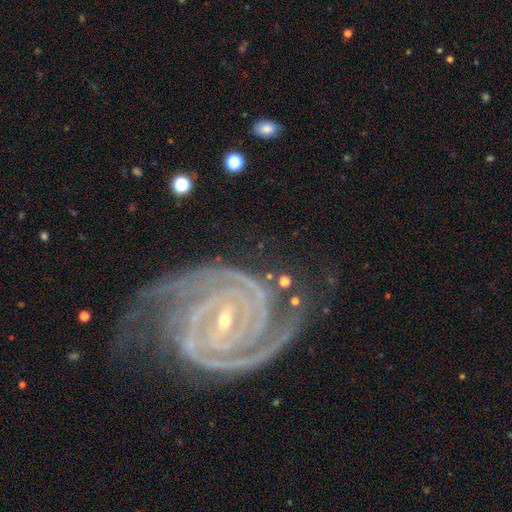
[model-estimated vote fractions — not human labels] Morphology: type=featured or disk (93%); edge-on=no (98%); bar=strong (38%); spiral arms=yes (99%); winding=tight (80%); arm count=2 (58%); bulge=small (81%); merging=none (68%).